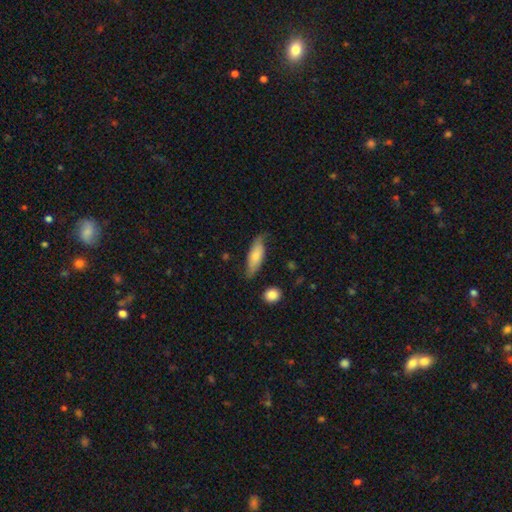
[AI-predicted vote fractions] smooth_or_featured: smooth (p=0.67) [alt: featured or disk p=0.27]
how_rounded: in between (p=0.64) [alt: cigar-shaped p=0.34]
merging: none (p=0.66) [alt: minor disturbance p=0.26]